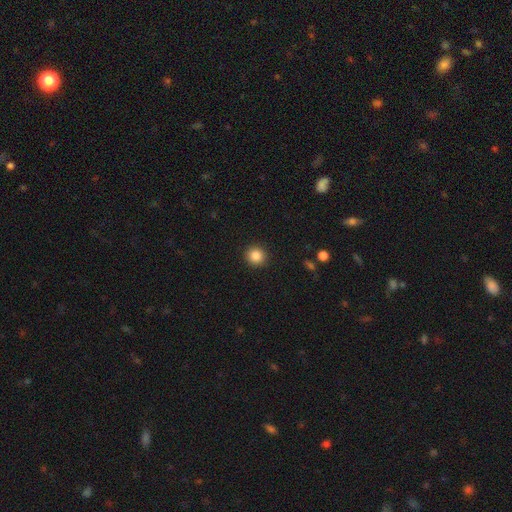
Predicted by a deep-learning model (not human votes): Morphology: type=smooth (86%); roundness=round (93%); merging=none (92%).